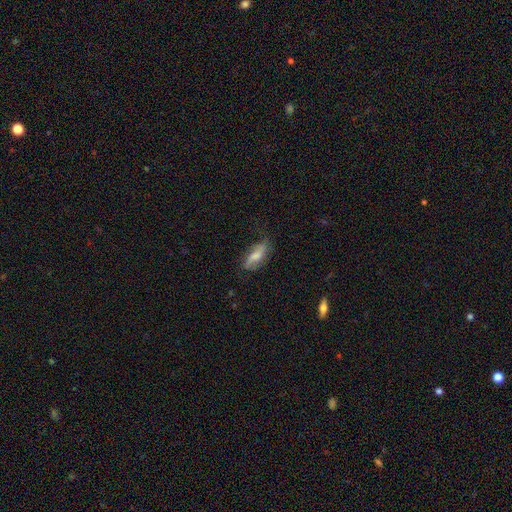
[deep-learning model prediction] smooth-or-featured: featured or disk: 48% | smooth: 44% | star or artifact: 8%
  merging: none: 63% | minor disturbance: 25% | major disturbance: 10% | merger: 2%